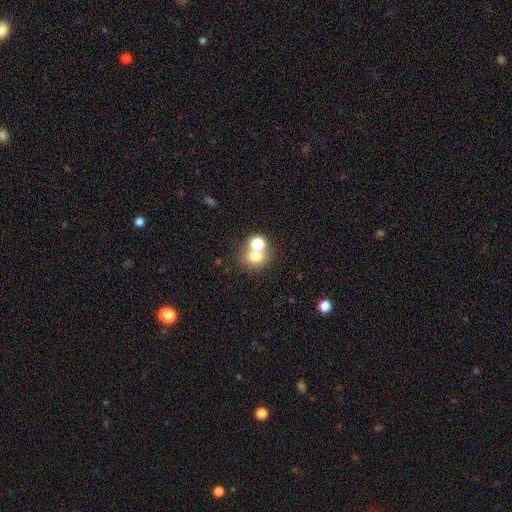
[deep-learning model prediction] A smooth galaxy with no disk features (69%) that is round (78%).

Vote fractions:
- Smooth or featured? smooth: 69% / star or artifact: 17% / featured or disk: 14%
- How rounded? round: 78% / in between: 21% / cigar-shaped: 1%
- Merging? none: 47% / merger: 43% / minor disturbance: 7% / major disturbance: 4%